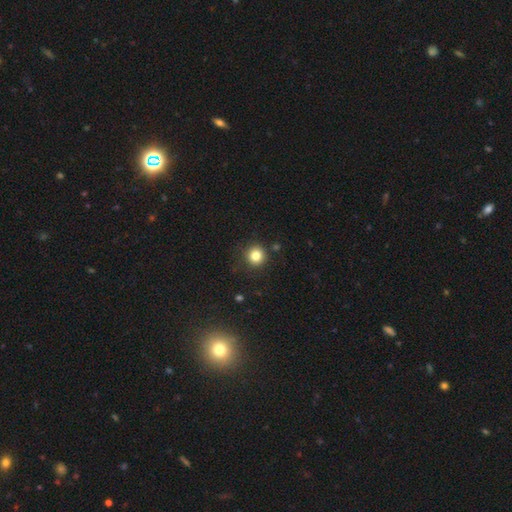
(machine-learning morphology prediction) Smooth or featured? smooth (82%)
How rounded? round (94%)
Merging? none (87%)